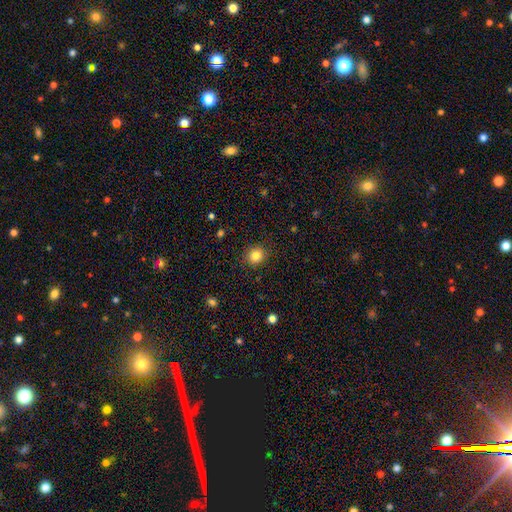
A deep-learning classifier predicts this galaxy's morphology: Overall: smooth (83%). How rounded: round (78%). Merging: none (89%).